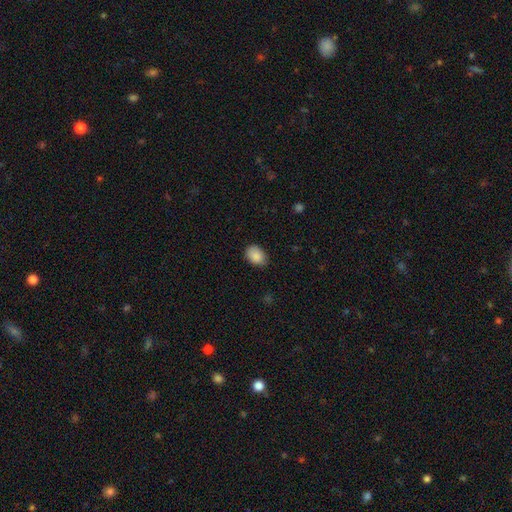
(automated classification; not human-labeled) Smooth or featured?
  - smooth: 88% *
  - star or artifact: 8%
  - featured or disk: 4%
How rounded?
  - in between: 77% *
  - round: 22%
  - cigar-shaped: 1%
Merging?
  - none: 77% *
  - minor disturbance: 19%
  - major disturbance: 3%
  - merger: 1%